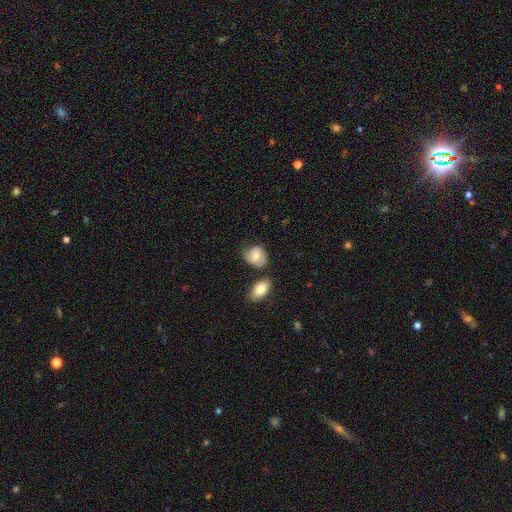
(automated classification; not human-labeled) Overall: smooth (67%). How rounded: in between (56%; round 42%). Merging: none (52%; minor disturbance 26%).